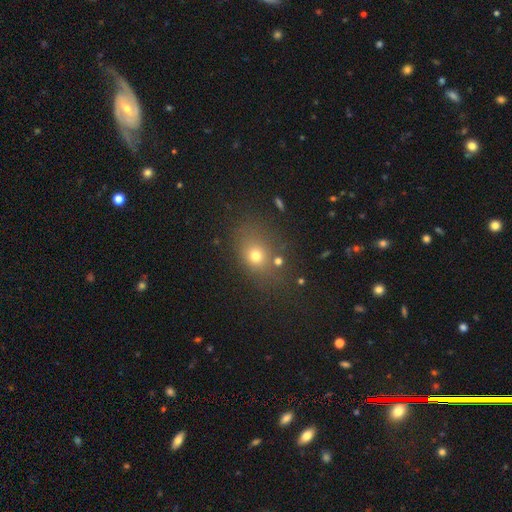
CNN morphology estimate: Smooth or featured?
  - smooth: 68% *
  - star or artifact: 19%
  - featured or disk: 12%
How rounded?
  - in between: 50% *
  - round: 48%
  - cigar-shaped: 2%
Merging?
  - none: 70% *
  - minor disturbance: 15%
  - merger: 8%
  - major disturbance: 7%